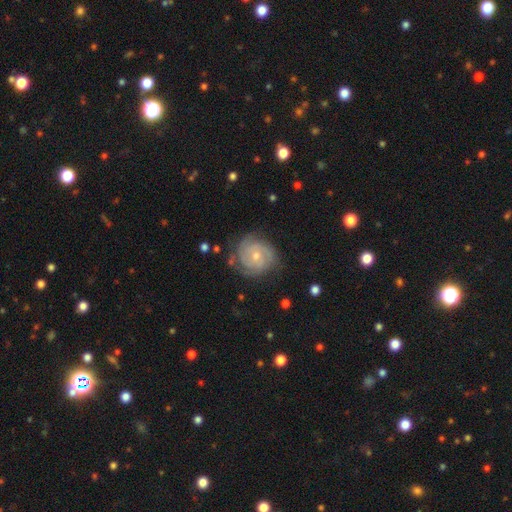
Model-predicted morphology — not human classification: smooth_or_featured: featured or disk (p=0.81) [alt: smooth p=0.13]
disk_edge_on: no (p=0.98) [alt: yes p=0.02]
bar: no (p=0.67) [alt: weak p=0.28]
has_spiral_arms: yes (p=0.95) [alt: no p=0.05]
spiral_winding: tight (p=0.69) [alt: medium p=0.26]
spiral_arm_count: 3 (p=0.31) [alt: can't tell p=0.24]
bulge_size: small (p=0.59) [alt: moderate p=0.38]
merging: none (p=0.75) [alt: minor disturbance p=0.17]